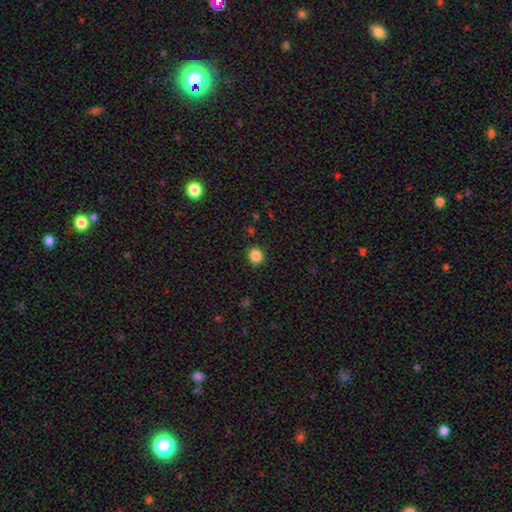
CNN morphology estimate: This appears to be a smooth galaxy with no disk features (86%) that is round (82%). Merging: none (90%).